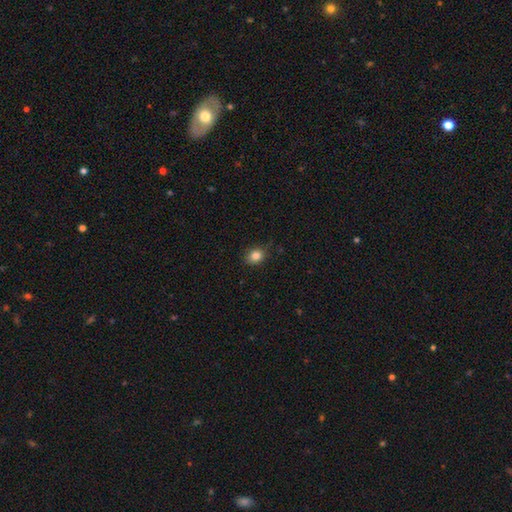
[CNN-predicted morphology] type=smooth (84%); roundness=round (52%); merging=none (82%).